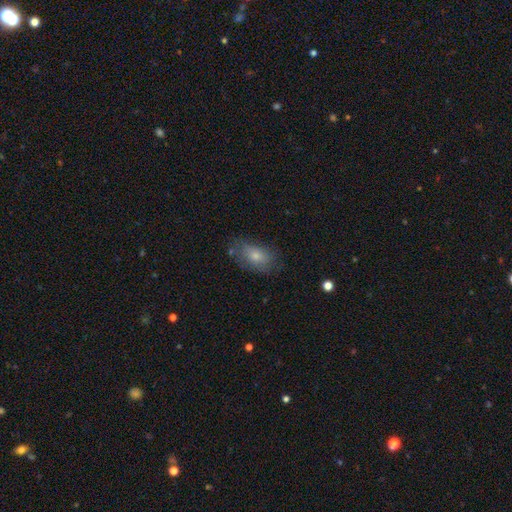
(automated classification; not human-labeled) Smooth or featured? Predicted: smooth (p=0.75). How rounded? Predicted: in between (p=0.88). Merging? Predicted: none (p=0.62).